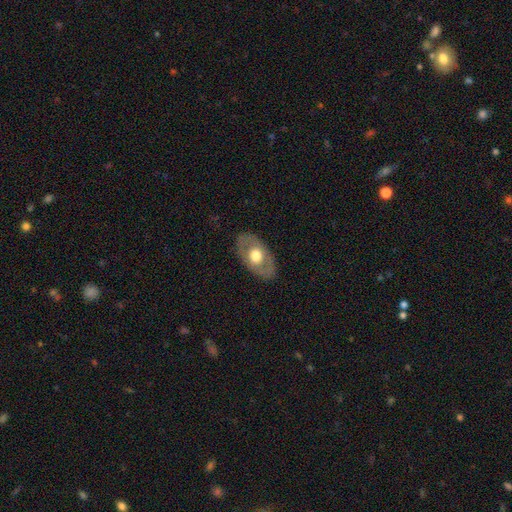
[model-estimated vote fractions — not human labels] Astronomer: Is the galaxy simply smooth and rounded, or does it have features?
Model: featured or disk — 48% (runner-up: smooth, 47%).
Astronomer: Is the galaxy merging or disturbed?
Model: none — 84%.